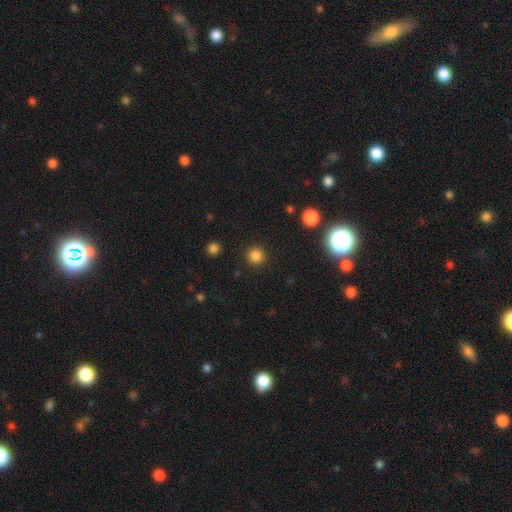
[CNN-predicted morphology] smooth_or_featured: smooth (p=0.84) [alt: star or artifact p=0.13]
how_rounded: round (p=0.94) [alt: in between p=0.05]
merging: none (p=0.91) [alt: minor disturbance p=0.05]